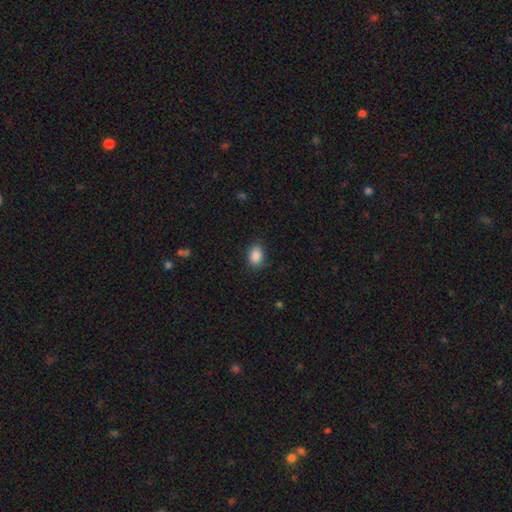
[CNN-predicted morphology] Smooth or featured? Predicted: smooth (p=0.88). How rounded? Predicted: in between (p=0.74). Merging? Predicted: none (p=0.85).